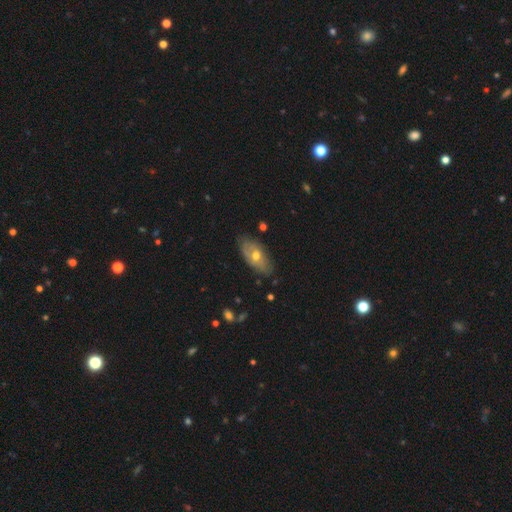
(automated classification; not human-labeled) Smooth or featured?
  - featured or disk: 50% *
  - smooth: 43%
  - star or artifact: 7%
Edge-on disk?
  - no: 82% *
  - yes: 18%
Merging?
  - none: 74% *
  - minor disturbance: 20%
  - major disturbance: 4%
  - merger: 2%